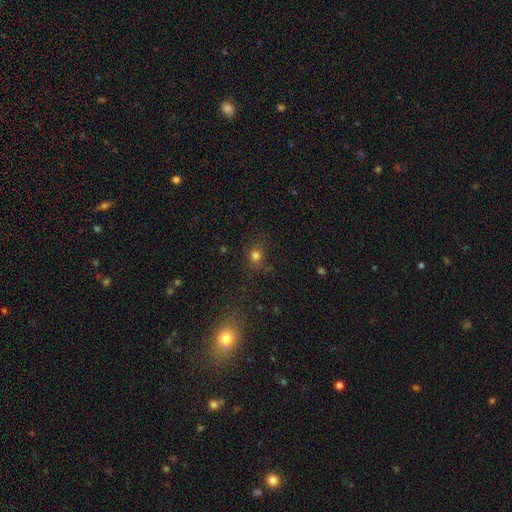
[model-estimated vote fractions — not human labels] Smooth or featured: smooth — 76% (star or artifact — 18%)
How rounded: round — 81% (in between — 18%)
Merging: none — 74% (minor disturbance — 15%)